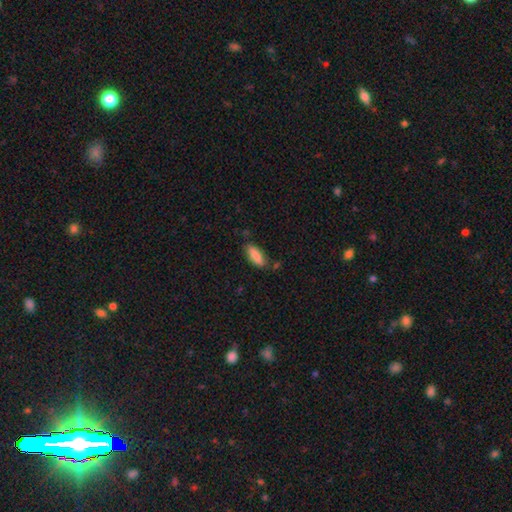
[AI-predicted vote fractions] Smooth or featured?
  - smooth: 85% *
  - featured or disk: 9%
  - star or artifact: 7%
How rounded?
  - in between: 67% *
  - cigar-shaped: 31%
  - round: 2%
Merging?
  - none: 76% *
  - minor disturbance: 16%
  - merger: 4%
  - major disturbance: 3%